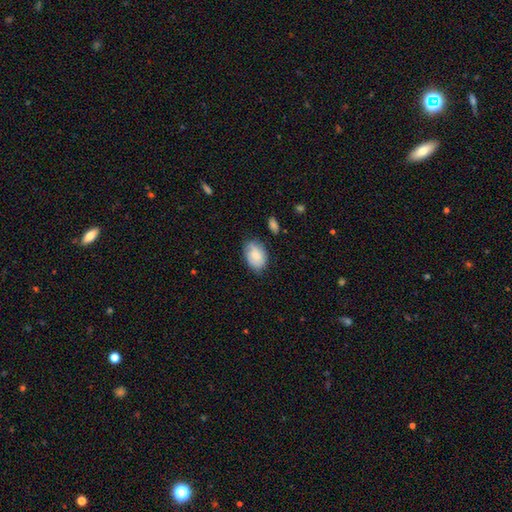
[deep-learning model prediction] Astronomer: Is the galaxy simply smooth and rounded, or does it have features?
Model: smooth — 75%.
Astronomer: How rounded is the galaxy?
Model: in between — 85%.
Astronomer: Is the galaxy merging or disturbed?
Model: none — 67%.